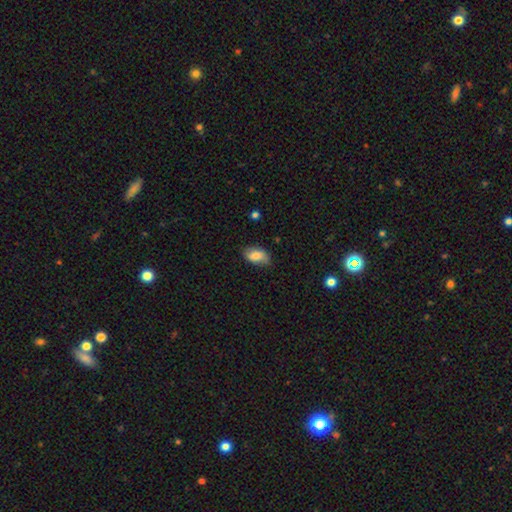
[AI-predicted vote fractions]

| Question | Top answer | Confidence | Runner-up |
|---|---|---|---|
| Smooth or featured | smooth | 75% | featured or disk (18%) |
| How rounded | in between | 92% | round (6%) |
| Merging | none | 76% | minor disturbance (20%) |